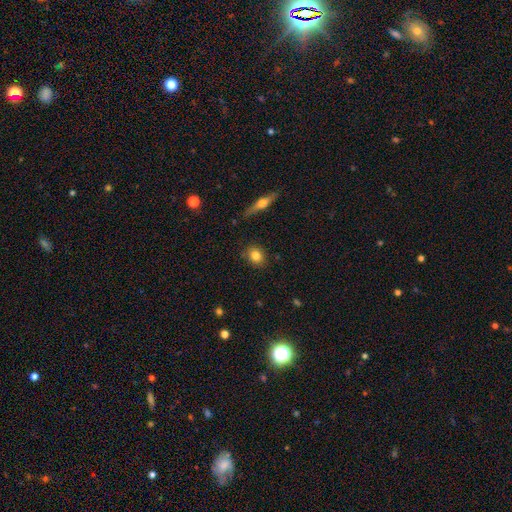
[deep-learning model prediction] Morphology: type=smooth (81%); roundness=round (64%); merging=none (87%).